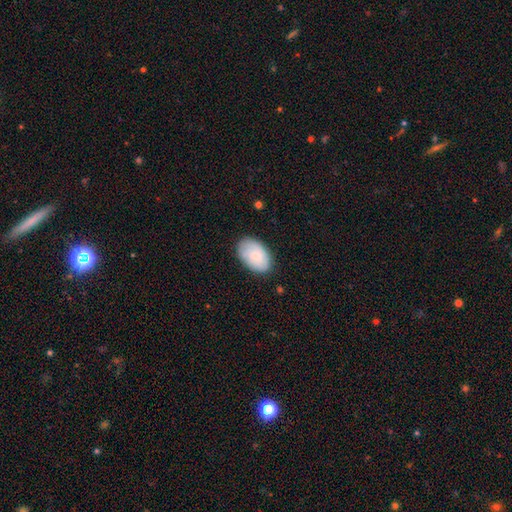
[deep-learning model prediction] Smooth or featured: smooth — 70% (featured or disk — 24%)
How rounded: in between — 91% (round — 8%)
Merging: none — 81% (minor disturbance — 15%)